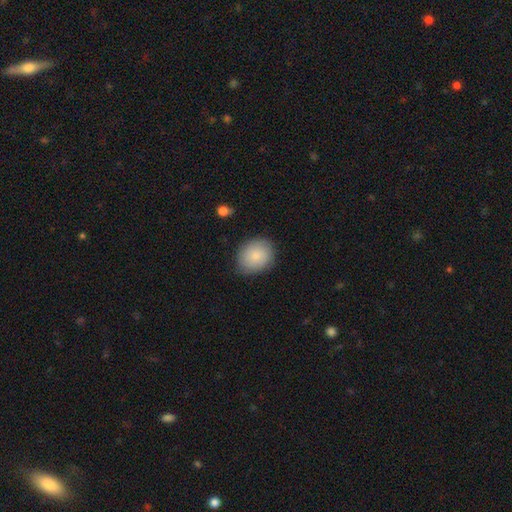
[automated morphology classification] type=smooth (79%); roundness=round (59%); merging=none (81%).